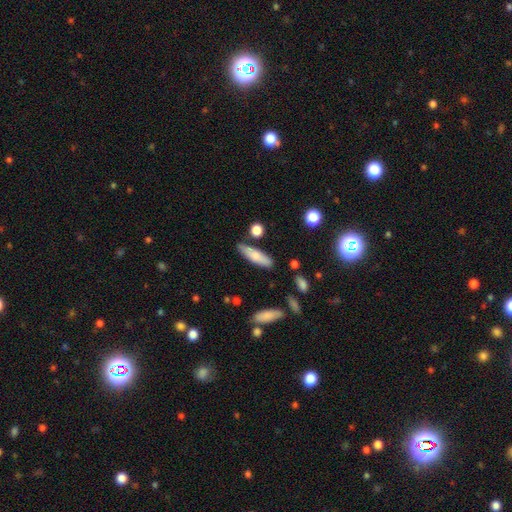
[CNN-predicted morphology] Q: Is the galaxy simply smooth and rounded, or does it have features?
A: smooth — 74%.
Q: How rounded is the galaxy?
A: cigar-shaped — 62%.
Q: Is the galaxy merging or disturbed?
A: none — 76%.